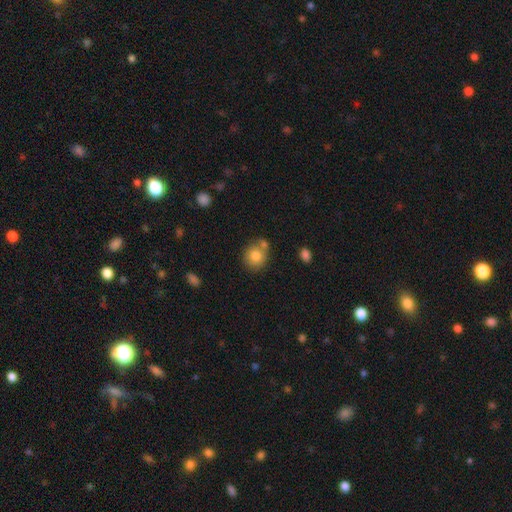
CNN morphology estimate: type=smooth (79%); roundness=round (76%); merging=none (61%).